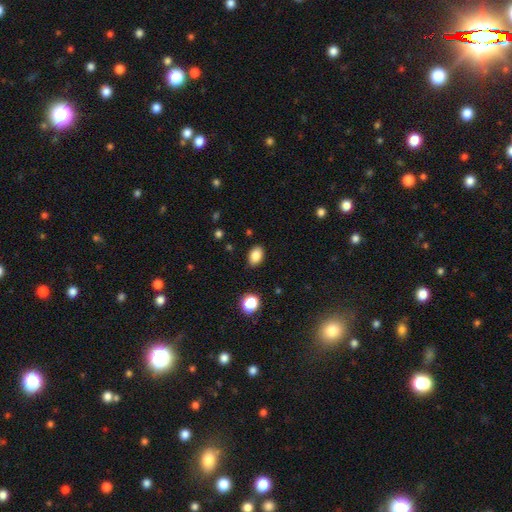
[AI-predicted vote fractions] Smooth or featured: smooth — 85% (star or artifact — 10%)
How rounded: in between — 84% (round — 15%)
Merging: none — 88% (minor disturbance — 9%)